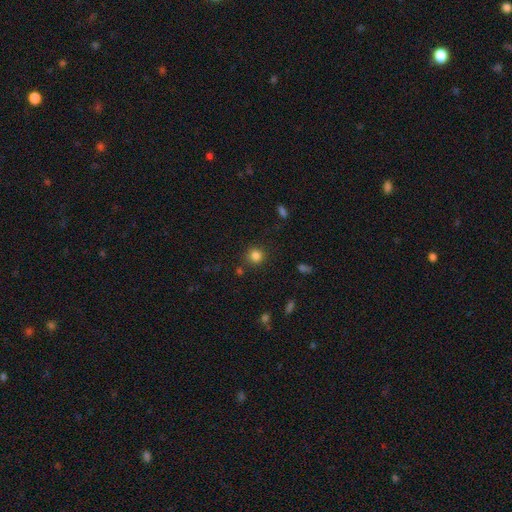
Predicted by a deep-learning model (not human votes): smooth_or_featured: smooth (p=0.82) [alt: star or artifact p=0.13]
how_rounded: round (p=0.90) [alt: in between p=0.09]
merging: none (p=0.85) [alt: minor disturbance p=0.08]